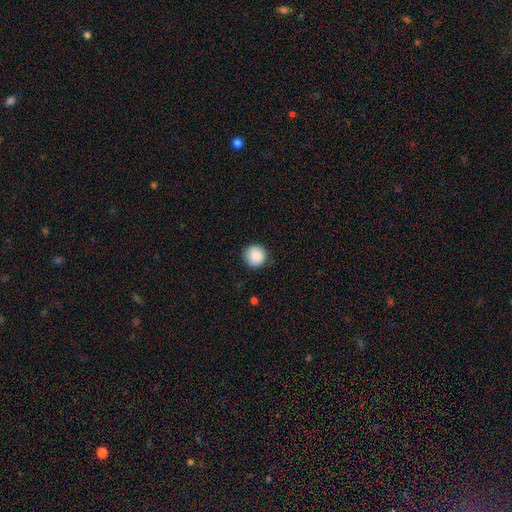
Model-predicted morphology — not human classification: This appears to be a smooth galaxy with no disk features (88%) that is round (95%). Merging: none (88%).